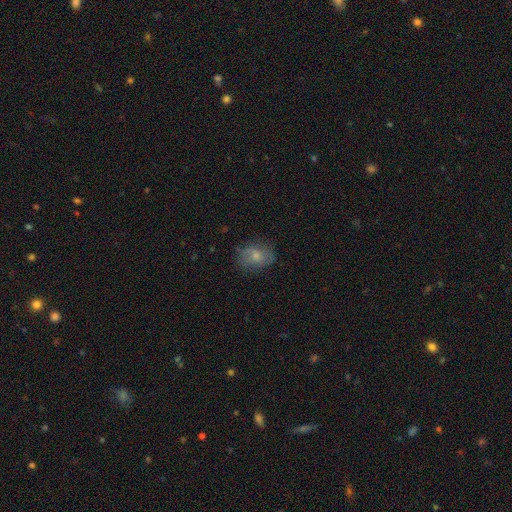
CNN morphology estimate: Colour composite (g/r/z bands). It shows a smooth galaxy with no disk features (63%) that is in between round and cigar-shaped (66%). Merging: none (68%).